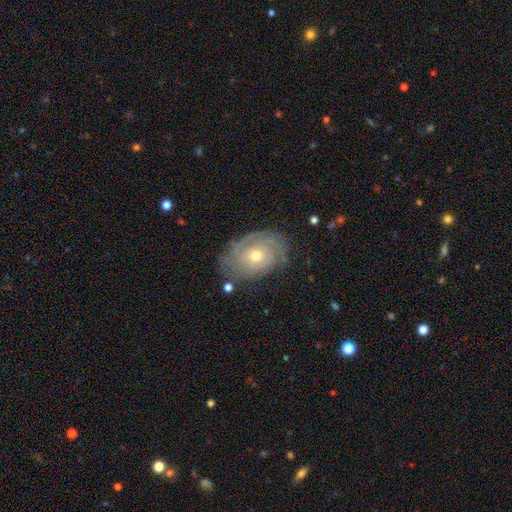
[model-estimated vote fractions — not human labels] Q: Smooth or featured?
A: featured or disk (74%); runner-up: smooth (18%)
Q: Edge-on disk?
A: no (95%); runner-up: yes (5%)
Q: Bar?
A: no (80%); runner-up: weak (17%)
Q: Spiral arms?
A: yes (85%); runner-up: no (15%)
Q: Spiral winding?
A: tight (71%); runner-up: medium (21%)
Q: Spiral arm count?
A: can't tell (50%); runner-up: 2 (19%)
Q: Bulge size?
A: moderate (59%); runner-up: small (38%)
Q: Merging?
A: none (72%); runner-up: minor disturbance (19%)